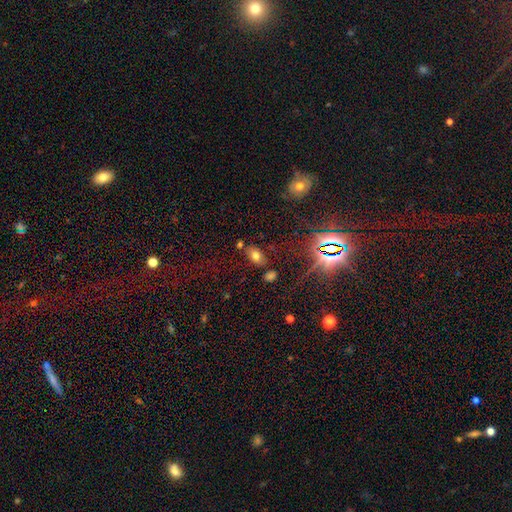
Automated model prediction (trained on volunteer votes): smooth_or_featured: smooth (p=0.66) [alt: star or artifact p=0.19]
how_rounded: in between (p=0.88) [alt: round p=0.08]
merging: none (p=0.76) [alt: minor disturbance p=0.12]